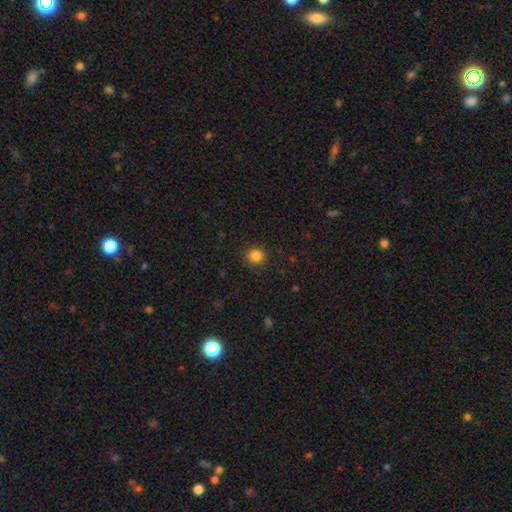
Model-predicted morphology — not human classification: Smooth or featured?
  - smooth: 85% *
  - star or artifact: 11%
  - featured or disk: 4%
How rounded?
  - round: 90% *
  - in between: 9%
  - cigar-shaped: 1%
Merging?
  - none: 90% *
  - minor disturbance: 6%
  - major disturbance: 2%
  - merger: 1%